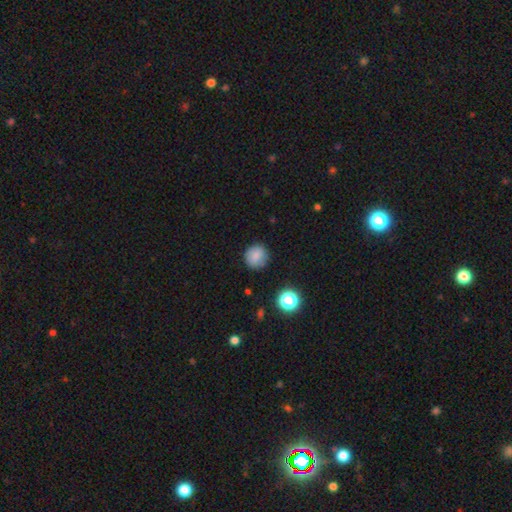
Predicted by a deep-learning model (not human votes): Smooth or featured? Predicted: smooth (p=0.83). How rounded? Predicted: round (p=0.93). Merging? Predicted: none (p=0.86).